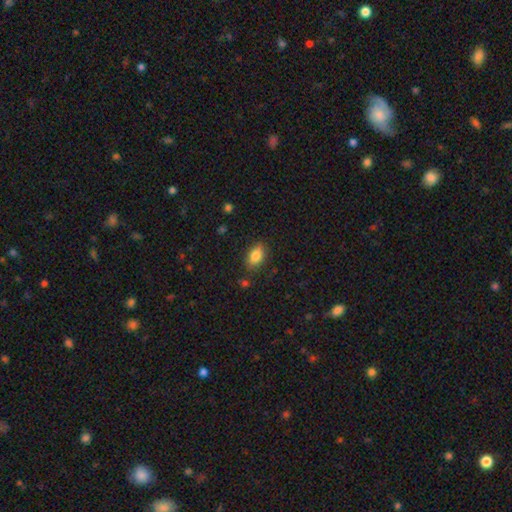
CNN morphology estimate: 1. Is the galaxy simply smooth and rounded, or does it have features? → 81% smooth, 10% featured or disk, 9% star or artifact.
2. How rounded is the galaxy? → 84% in between, 12% round, 4% cigar-shaped.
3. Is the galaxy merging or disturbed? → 82% none, 13% minor disturbance, 3% major disturbance, 2% merger.